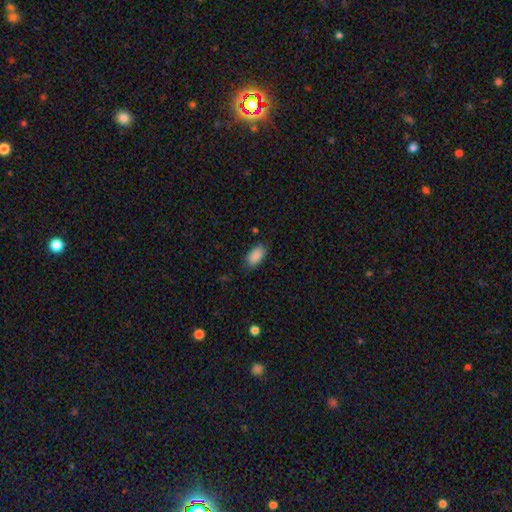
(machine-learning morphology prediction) Smooth or featured?
  - smooth: 89% *
  - star or artifact: 7%
  - featured or disk: 4%
How rounded?
  - in between: 93% *
  - cigar-shaped: 4%
  - round: 3%
Merging?
  - none: 79% *
  - minor disturbance: 16%
  - major disturbance: 3%
  - merger: 1%